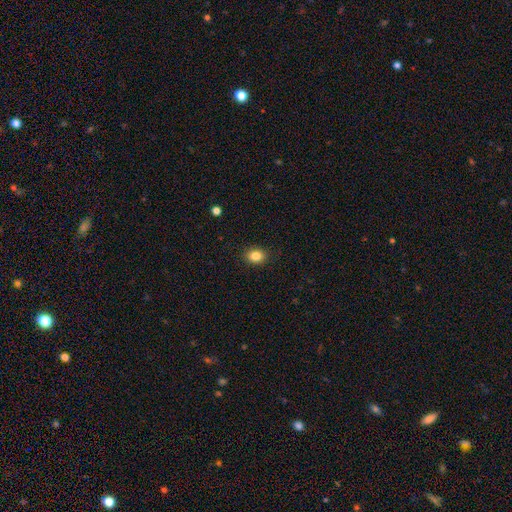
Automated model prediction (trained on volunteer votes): Morphology: type=smooth (84%); roundness=round (51%); merging=none (89%).